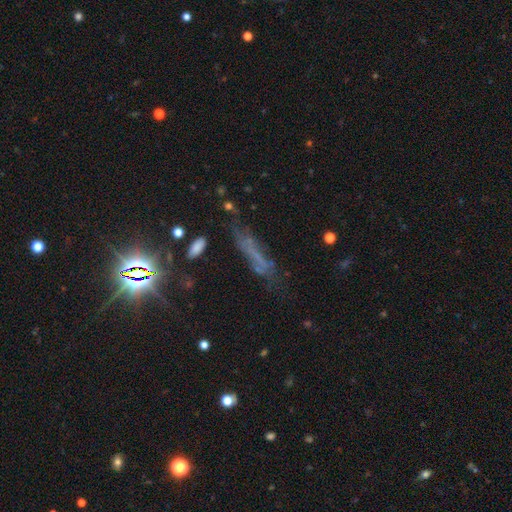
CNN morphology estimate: Overall: smooth (35%; star or artifact 33%). Merging: none (54%; minor disturbance 23%).